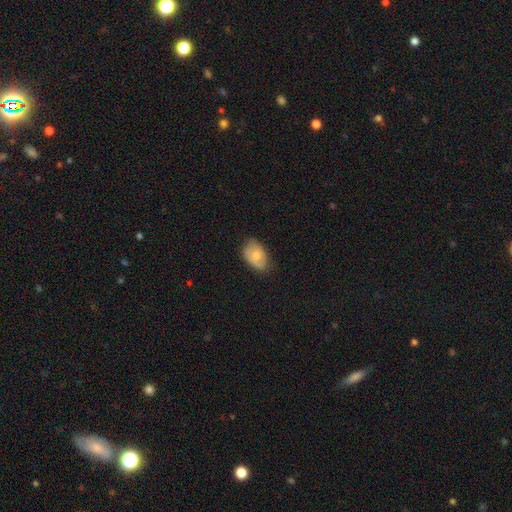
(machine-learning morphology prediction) smooth_or_featured: smooth (p=0.63) [alt: featured or disk p=0.30]
how_rounded: in between (p=0.84) [alt: round p=0.14]
merging: none (p=0.64) [alt: minor disturbance p=0.28]